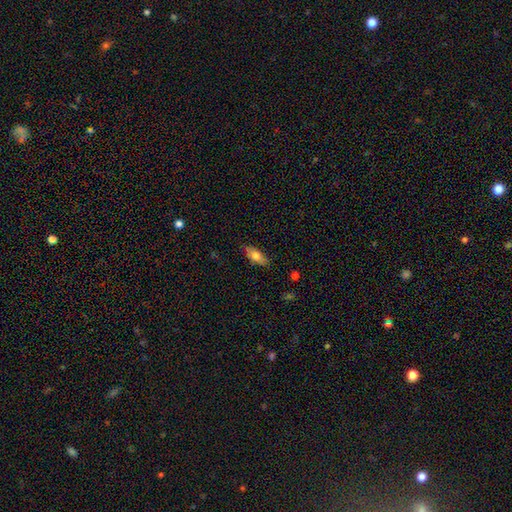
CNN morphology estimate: A smooth galaxy with no disk features (73%) that is in between round and cigar-shaped (80%).

Vote fractions:
- Smooth or featured? smooth: 73% / featured or disk: 20% / star or artifact: 7%
- How rounded? in between: 80% / cigar-shaped: 17% / round: 3%
- Merging? none: 83% / minor disturbance: 14% / major disturbance: 2% / merger: 1%